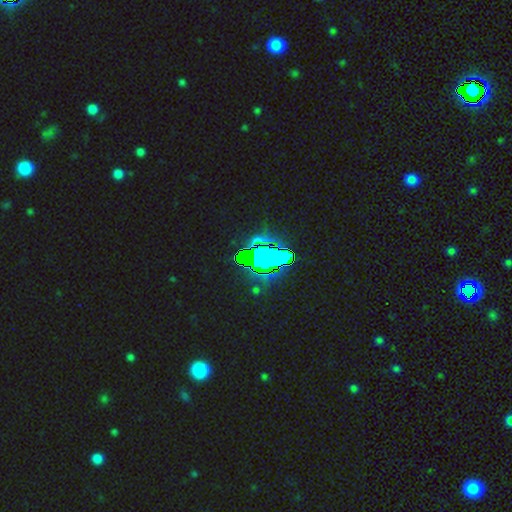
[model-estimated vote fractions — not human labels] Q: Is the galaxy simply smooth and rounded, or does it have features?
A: star or artifact — 83%.